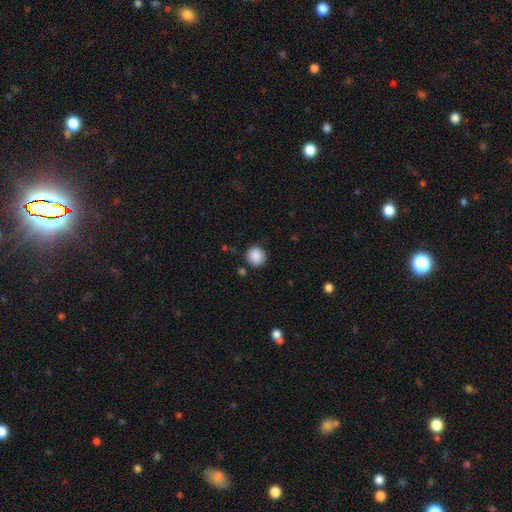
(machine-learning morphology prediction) Smooth or featured? Predicted: smooth (p=0.89). How rounded? Predicted: round (p=0.92). Merging? Predicted: none (p=0.87).